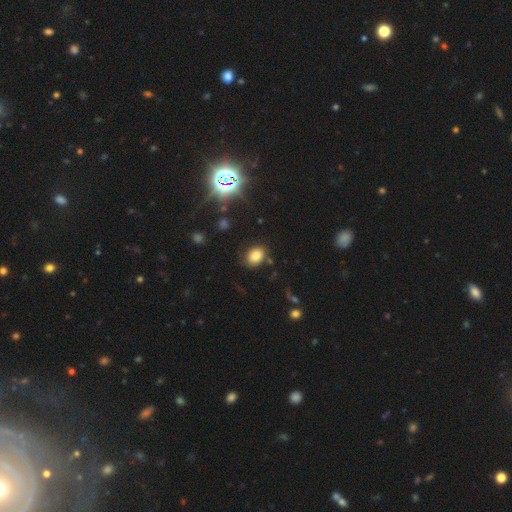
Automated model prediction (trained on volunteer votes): Smooth or featured? Predicted: smooth (p=0.79). How rounded? Predicted: in between (p=0.65). Merging? Predicted: none (p=0.78).